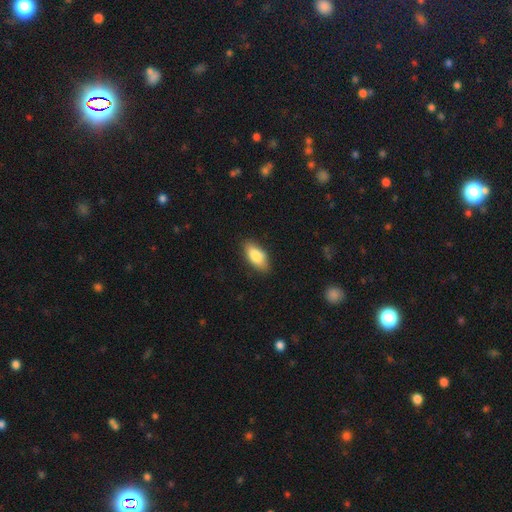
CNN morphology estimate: Smooth or featured: smooth — 84% (featured or disk — 10%)
How rounded: in between — 89% (cigar-shaped — 8%)
Merging: none — 85% (minor disturbance — 12%)